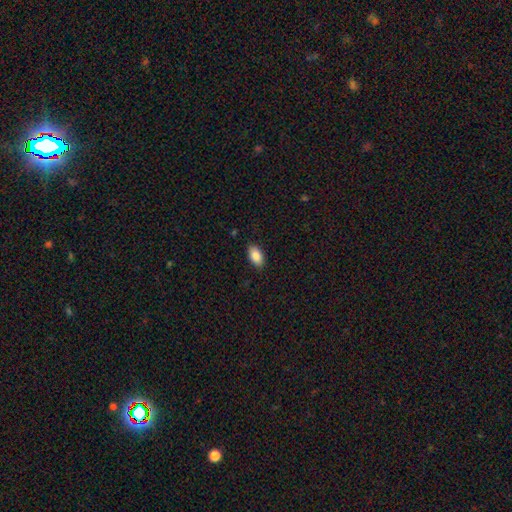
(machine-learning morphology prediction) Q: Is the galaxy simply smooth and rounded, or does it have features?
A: smooth — 87%.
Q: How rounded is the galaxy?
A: in between — 94%.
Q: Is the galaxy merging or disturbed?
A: none — 88%.